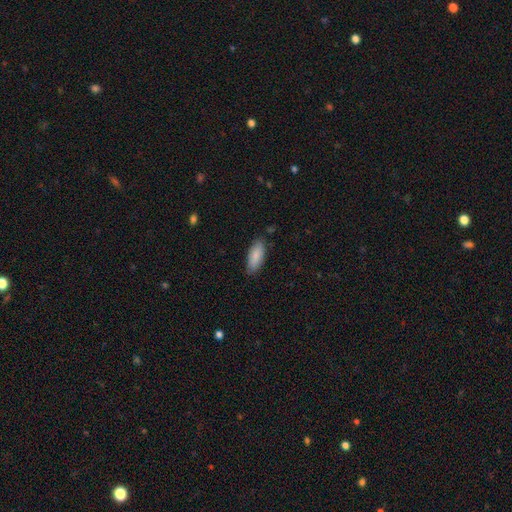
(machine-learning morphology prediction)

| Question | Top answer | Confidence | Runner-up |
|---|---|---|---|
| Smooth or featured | smooth | 86% | featured or disk (8%) |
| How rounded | in between | 79% | cigar-shaped (20%) |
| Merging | none | 83% | minor disturbance (13%) |